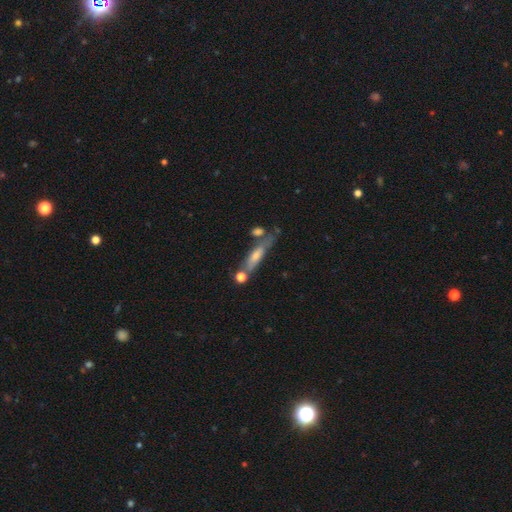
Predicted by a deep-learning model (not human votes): A featured or disk galaxy (51%) viewed edge-on (71%).

Vote fractions:
- Smooth or featured? featured or disk: 51% / smooth: 39% / star or artifact: 10%
- Edge-on disk? yes: 71% / no: 29%
- Merging? none: 55% / minor disturbance: 18% / merger: 18% / major disturbance: 9%